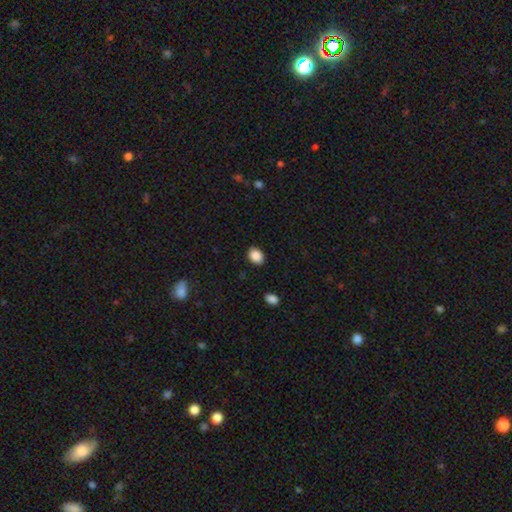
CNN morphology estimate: Smooth or featured? Predicted: smooth (p=0.88). How rounded? Predicted: in between (p=0.61). Merging? Predicted: none (p=0.87).